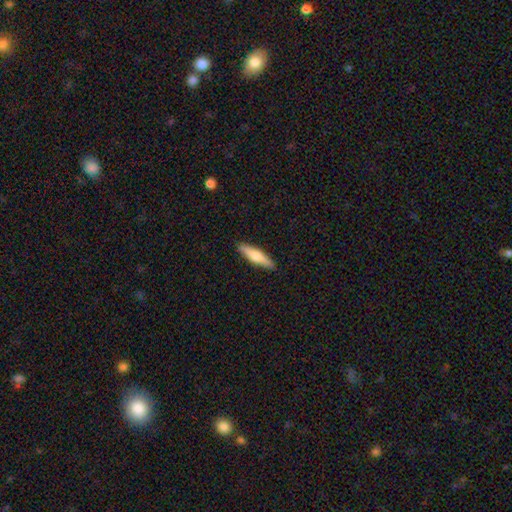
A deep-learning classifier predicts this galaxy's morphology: A smooth galaxy with no disk features (58%) that is cigar-shaped (76%). Merging: none (90%).